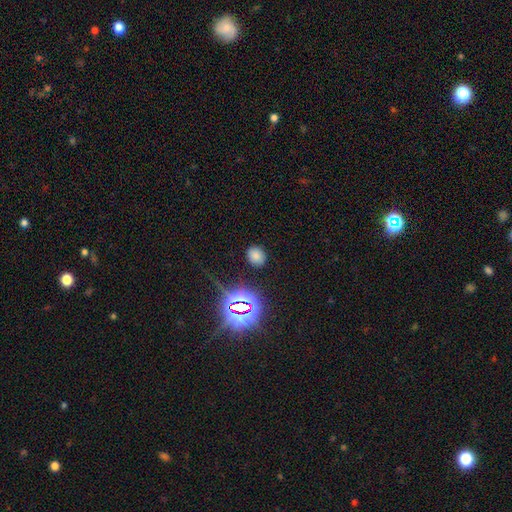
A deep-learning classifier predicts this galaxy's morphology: Overall: smooth (70%). How rounded: round (50%; in between 49%). Merging: none (85%).